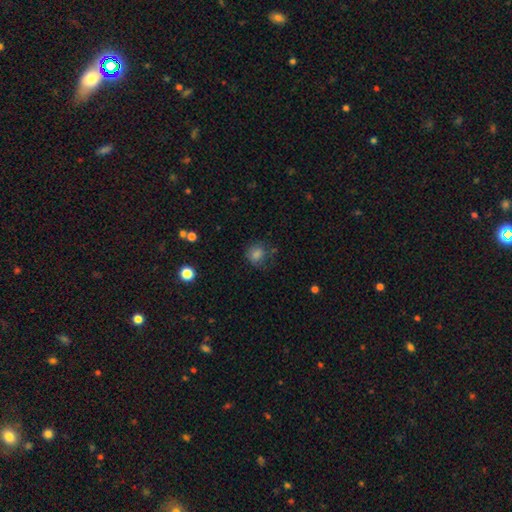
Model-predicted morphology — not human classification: Overall: smooth (77%). How rounded: round (76%). Merging: none (72%).